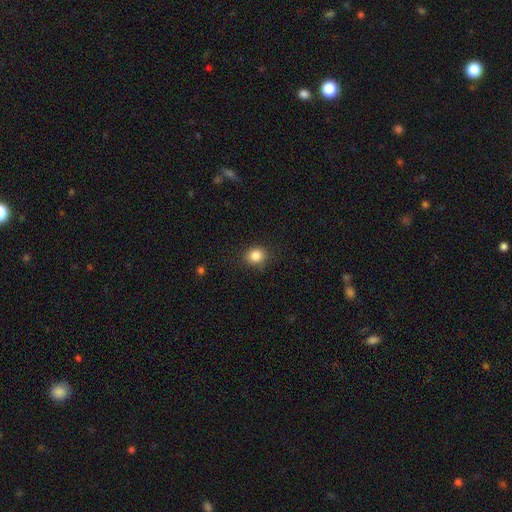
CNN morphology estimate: Overall: smooth (84%). How rounded: round (70%). Merging: none (86%).